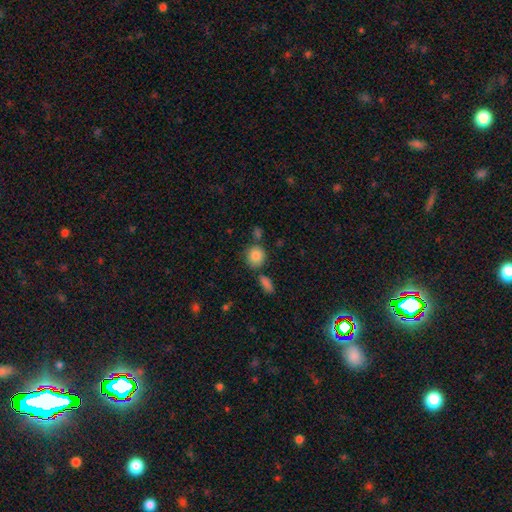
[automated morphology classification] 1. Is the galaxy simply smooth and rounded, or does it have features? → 85% smooth, 9% star or artifact, 6% featured or disk.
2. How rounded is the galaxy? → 79% round, 19% in between, 1% cigar-shaped.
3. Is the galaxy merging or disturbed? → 71% none, 13% merger, 12% minor disturbance, 4% major disturbance.